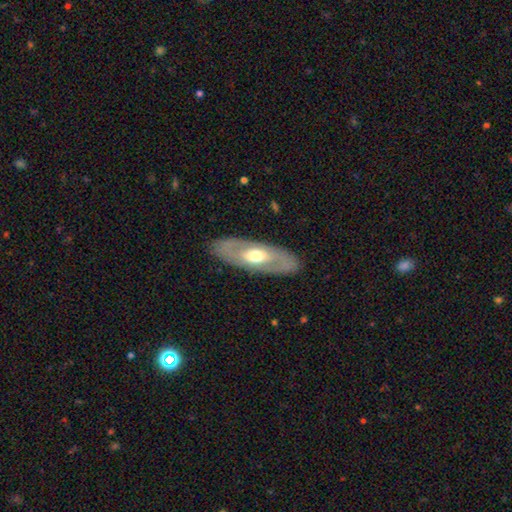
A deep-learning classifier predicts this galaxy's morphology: A featured or disk galaxy (62%).

Vote fractions:
- Smooth or featured? featured or disk: 62% / smooth: 33% / star or artifact: 5%
- Edge-on disk? no: 79% / yes: 21%
- Merging? none: 86% / minor disturbance: 9% / major disturbance: 3% / merger: 1%